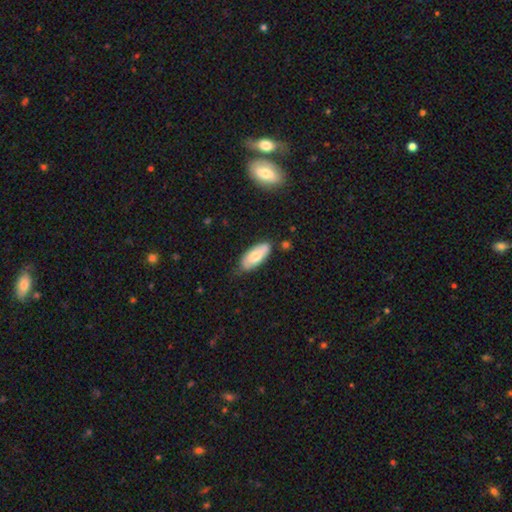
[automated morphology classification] Q: Smooth or featured?
A: smooth (70%); runner-up: featured or disk (24%)
Q: How rounded?
A: in between (86%); runner-up: cigar-shaped (12%)
Q: Merging?
A: none (70%); runner-up: minor disturbance (23%)